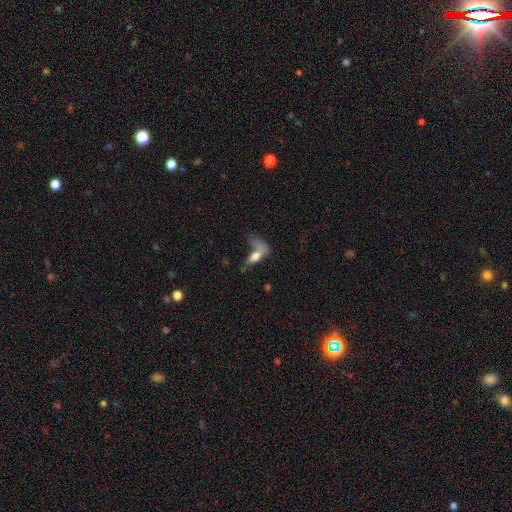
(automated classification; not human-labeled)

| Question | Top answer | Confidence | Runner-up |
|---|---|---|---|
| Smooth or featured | smooth | 65% | featured or disk (25%) |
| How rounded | in between | 71% | cigar-shaped (22%) |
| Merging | major disturbance | 35% | merger (26%) |